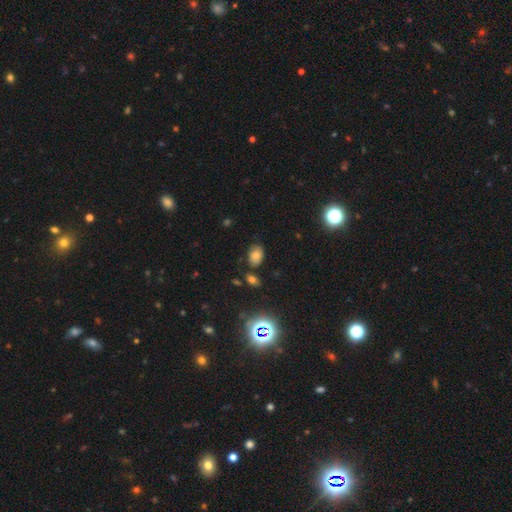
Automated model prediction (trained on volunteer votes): The model was most divided on "smooth or featured": smooth: 70%, star or artifact: 19%, featured or disk: 11%. More confident: how rounded — in between (80%); merging — none (75%).